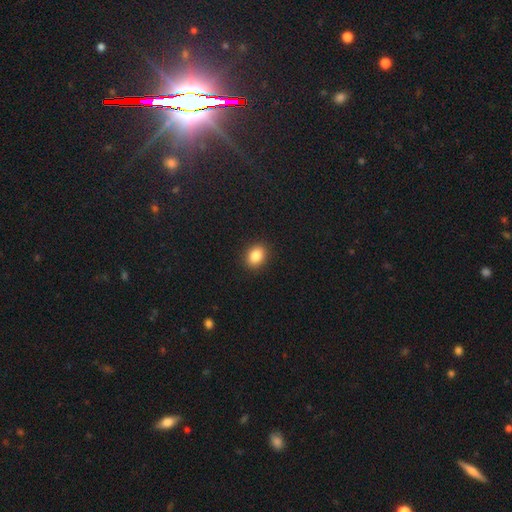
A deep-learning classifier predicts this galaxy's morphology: Q: Smooth or featured?
A: smooth (85%); runner-up: star or artifact (10%)
Q: How rounded?
A: in between (57%); runner-up: round (42%)
Q: Merging?
A: none (91%); runner-up: minor disturbance (6%)